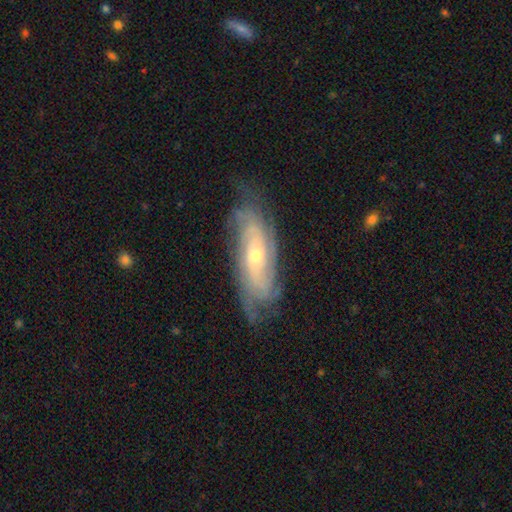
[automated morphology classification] Q: Smooth or featured?
A: featured or disk (83%); runner-up: smooth (11%)
Q: Edge-on disk?
A: no (86%); runner-up: yes (14%)
Q: Bar?
A: no (63%); runner-up: weak (28%)
Q: Spiral arms?
A: yes (94%); runner-up: no (6%)
Q: Spiral winding?
A: tight (63%); runner-up: medium (29%)
Q: Spiral arm count?
A: can't tell (41%); runner-up: 2 (20%)
Q: Bulge size?
A: small (52%); runner-up: moderate (44%)
Q: Merging?
A: none (74%); runner-up: minor disturbance (19%)